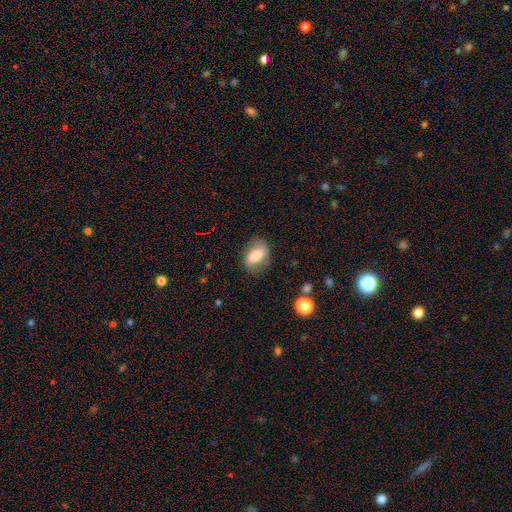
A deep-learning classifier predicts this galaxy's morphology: The model was most divided on "smooth or featured": smooth: 65%, featured or disk: 27%, star or artifact: 8%. More confident: how rounded — in between (81%); merging — none (75%).